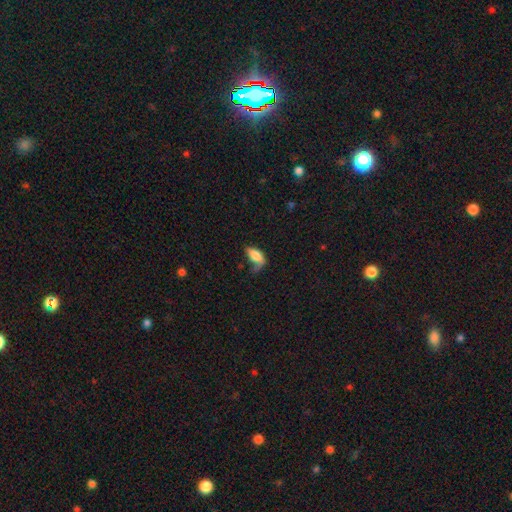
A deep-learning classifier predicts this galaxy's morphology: smooth-or-featured: smooth: 73% | featured or disk: 19% | star or artifact: 8%
  how-rounded: in between: 89% | cigar-shaped: 7% | round: 4%
  merging: major disturbance: 33% | minor disturbance: 31% | none: 29% | merger: 7%